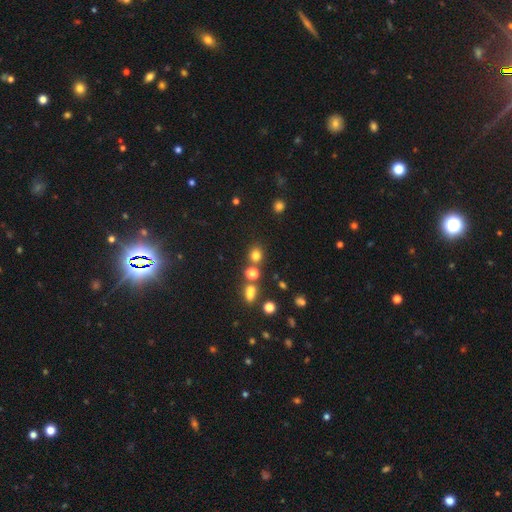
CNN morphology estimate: A smooth galaxy with no disk features (74%) that is round (83%). Merging: none (72%).